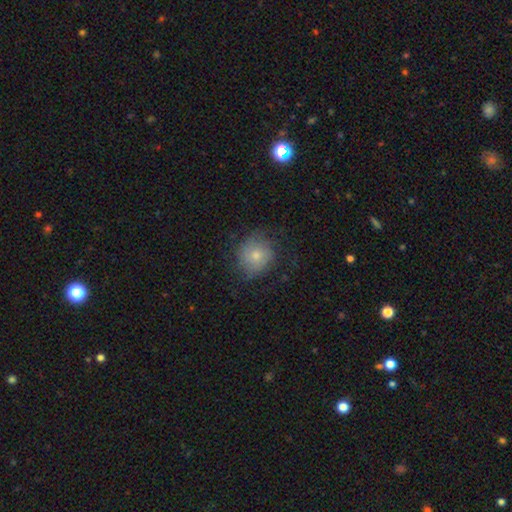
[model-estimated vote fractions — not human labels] Smooth or featured? smooth (61%)
How rounded? round (83%)
Merging? none (64%)